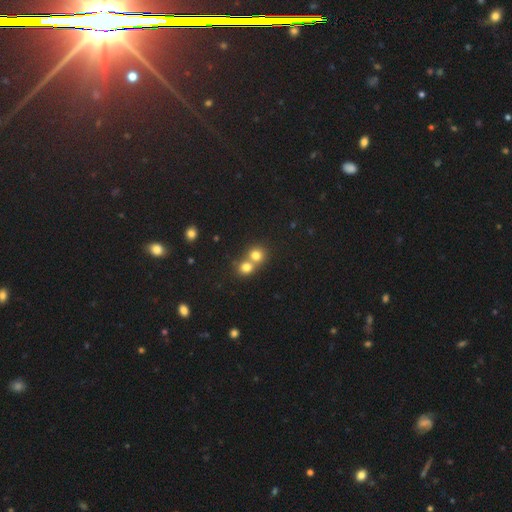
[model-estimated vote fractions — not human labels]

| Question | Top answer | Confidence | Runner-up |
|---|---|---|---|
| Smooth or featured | smooth | 76% | star or artifact (14%) |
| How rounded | round | 84% | in between (15%) |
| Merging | merger | 55% | none (38%) |